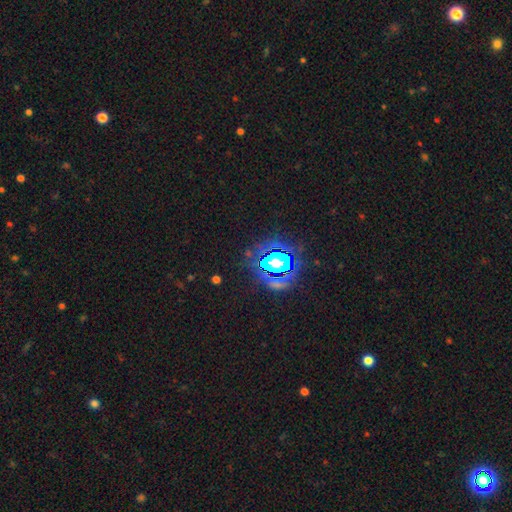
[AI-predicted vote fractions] star or artifact 86%, smooth 9%, featured or disk 6%.